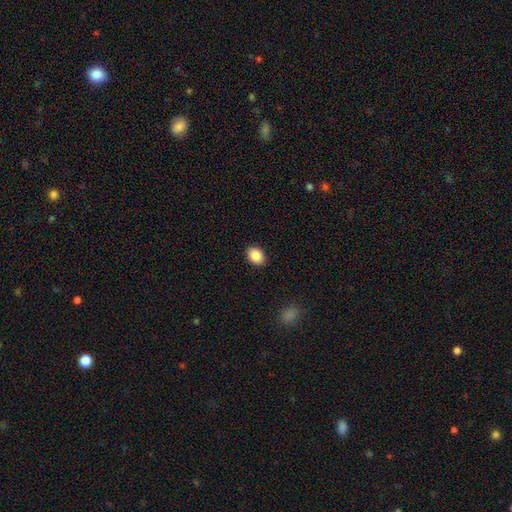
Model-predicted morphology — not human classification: A smooth galaxy with no disk features (88%) that is in between round and cigar-shaped (67%). Merging: none (90%).